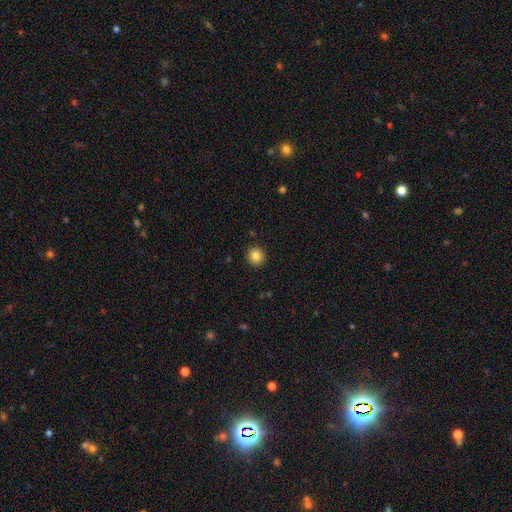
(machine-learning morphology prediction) Smooth or featured?
  - smooth: 85% *
  - star or artifact: 10%
  - featured or disk: 5%
How rounded?
  - round: 91% *
  - in between: 8%
  - cigar-shaped: 1%
Merging?
  - none: 92% *
  - minor disturbance: 5%
  - major disturbance: 2%
  - merger: 1%